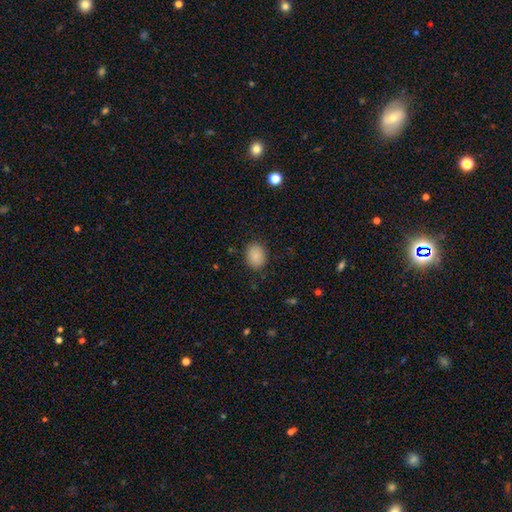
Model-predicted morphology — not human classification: Smooth or featured? smooth (87%)
How rounded? in between (58%)
Merging? none (87%)